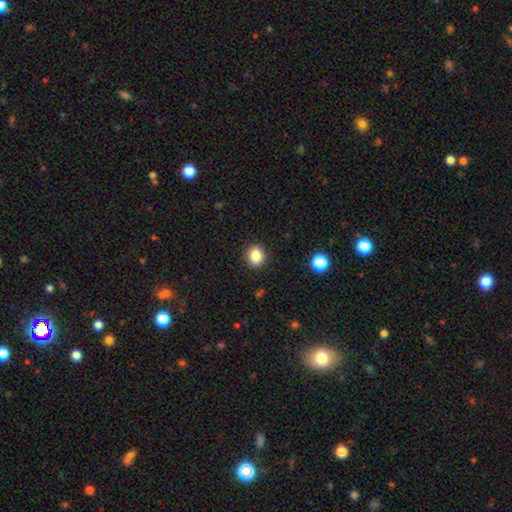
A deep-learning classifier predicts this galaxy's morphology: A smooth galaxy with no disk features (85%) that is round (67%).

Vote fractions:
- Smooth or featured? smooth: 85% / star or artifact: 10% / featured or disk: 5%
- How rounded? round: 67% / in between: 32% / cigar-shaped: 1%
- Merging? none: 90% / minor disturbance: 7% / major disturbance: 2% / merger: 1%